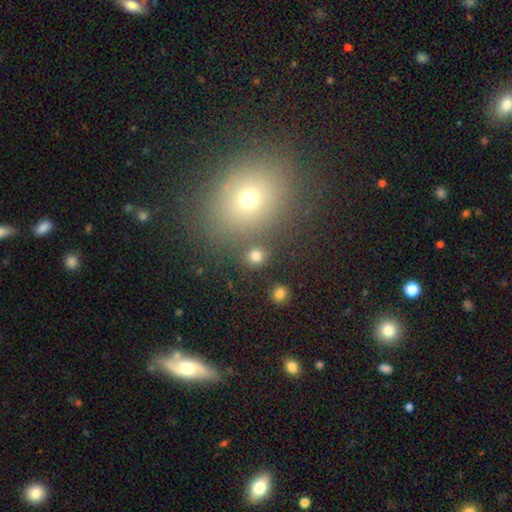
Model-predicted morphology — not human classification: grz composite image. It shows a smooth galaxy with no disk features (78%) that is round (82%). Merging: none (79%).